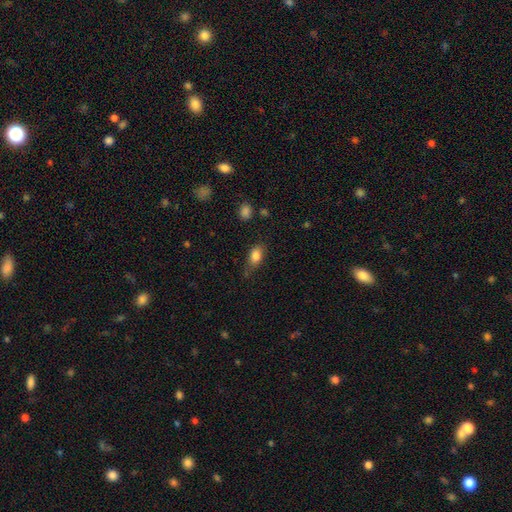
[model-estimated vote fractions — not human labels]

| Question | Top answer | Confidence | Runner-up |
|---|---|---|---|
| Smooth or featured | smooth | 83% | featured or disk (8%) |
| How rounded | in between | 84% | round (11%) |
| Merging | none | 65% | minor disturbance (25%) |